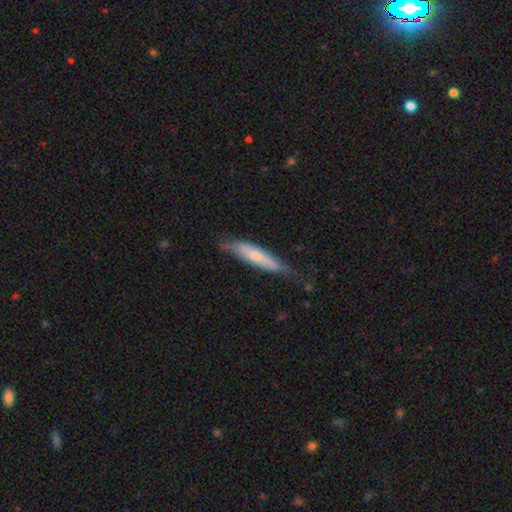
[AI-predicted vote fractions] Smooth or featured: smooth — 57% (featured or disk — 37%)
How rounded: cigar-shaped — 83% (in between — 16%)
Merging: none — 65% (minor disturbance — 27%)